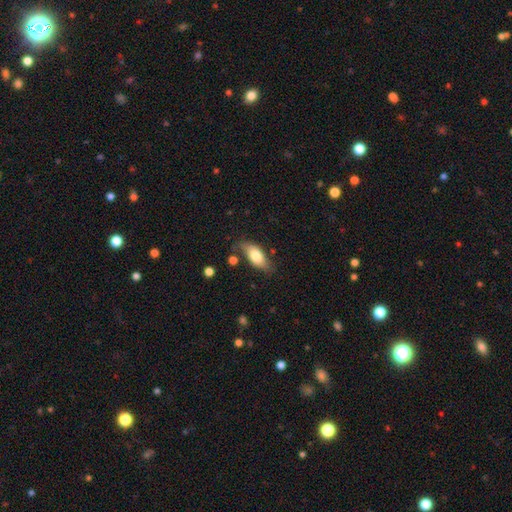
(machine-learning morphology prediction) Smooth or featured: smooth — 73% (featured or disk — 20%)
How rounded: in between — 86% (cigar-shaped — 11%)
Merging: none — 68% (minor disturbance — 22%)